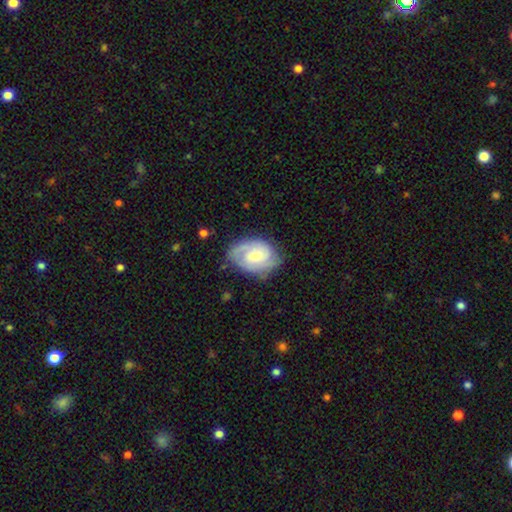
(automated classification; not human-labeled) Morphology: type=featured or disk (72%); edge-on=no (97%); bar=no (50%); spiral arms=yes (92%); winding=tight (50%); arm count=2 (46%); bulge=small (47%); merging=none (70%).